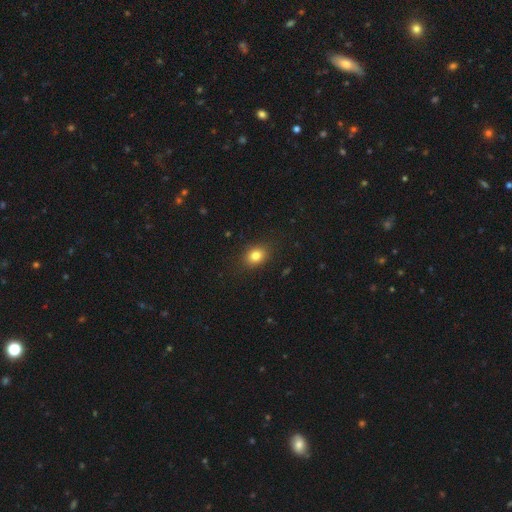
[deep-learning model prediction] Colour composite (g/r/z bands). It shows a smooth galaxy with no disk features (82%) that is in between round and cigar-shaped (57%). Merging: none (86%).